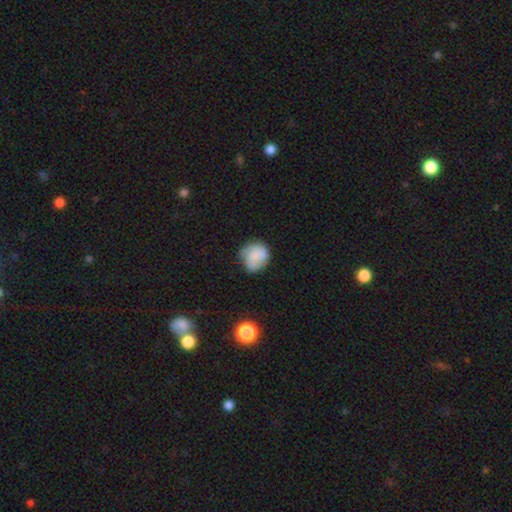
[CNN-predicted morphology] smooth 72%, featured or disk 20%, star or artifact 8%. Down the decision tree: how rounded — round (76%); merging — none (53%).